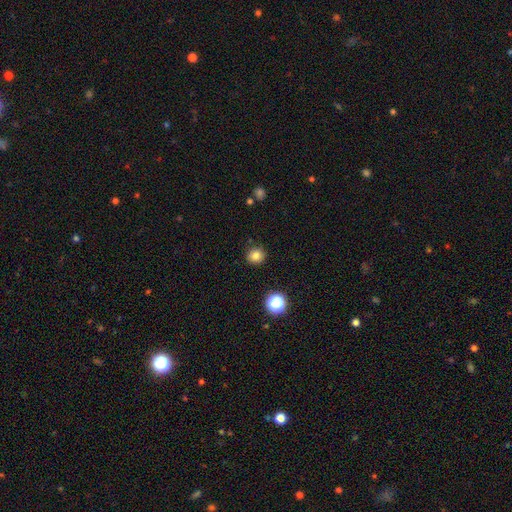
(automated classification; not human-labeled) Smooth or featured?
  - smooth: 82% *
  - star or artifact: 13%
  - featured or disk: 5%
How rounded?
  - round: 90% *
  - in between: 9%
  - cigar-shaped: 1%
Merging?
  - none: 90% *
  - minor disturbance: 7%
  - major disturbance: 2%
  - merger: 2%